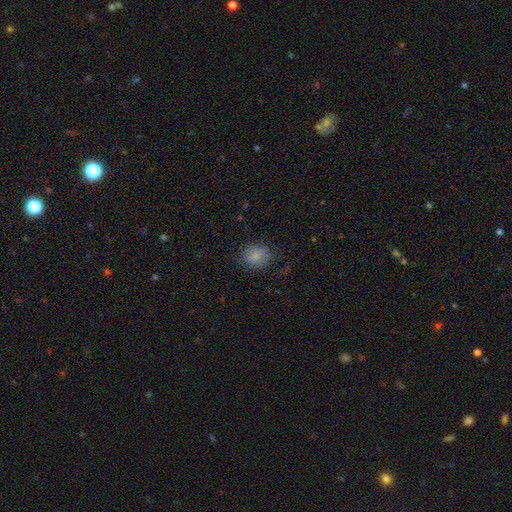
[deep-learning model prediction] The model was most divided on "how rounded": in between: 50%, round: 49%, cigar-shaped: 1%. More confident: smooth or featured — smooth (81%); merging — none (76%).